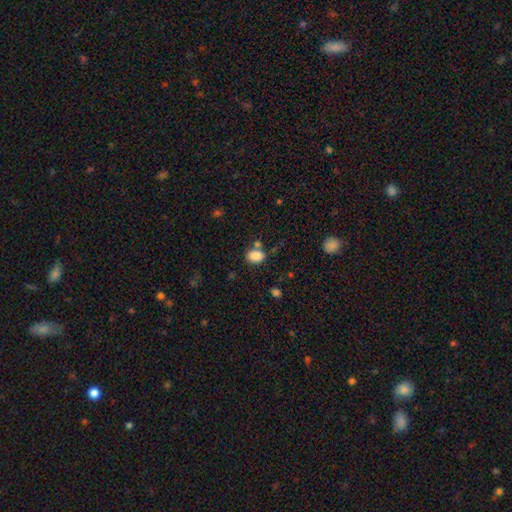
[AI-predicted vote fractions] Smooth or featured? smooth (85%)
How rounded? in between (71%)
Merging? none (65%)